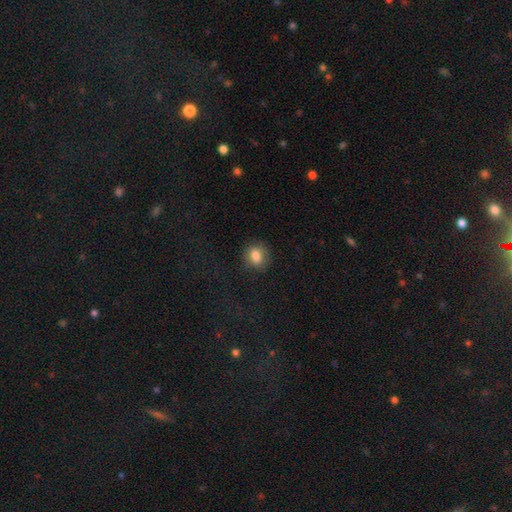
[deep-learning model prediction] smooth_or_featured: smooth (p=0.81) [alt: star or artifact p=0.10]
how_rounded: round (p=0.55) [alt: in between p=0.43]
merging: none (p=0.79) [alt: minor disturbance p=0.15]